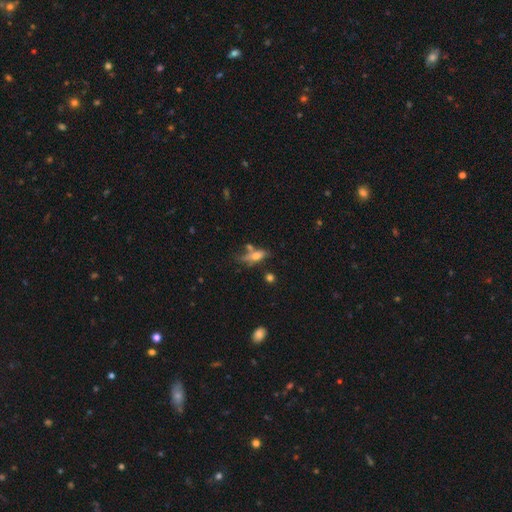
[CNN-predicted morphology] smooth_or_featured: smooth (p=0.57) [alt: featured or disk p=0.33]
how_rounded: in between (p=0.57) [alt: cigar-shaped p=0.39]
merging: none (p=0.47) [alt: minor disturbance p=0.21]